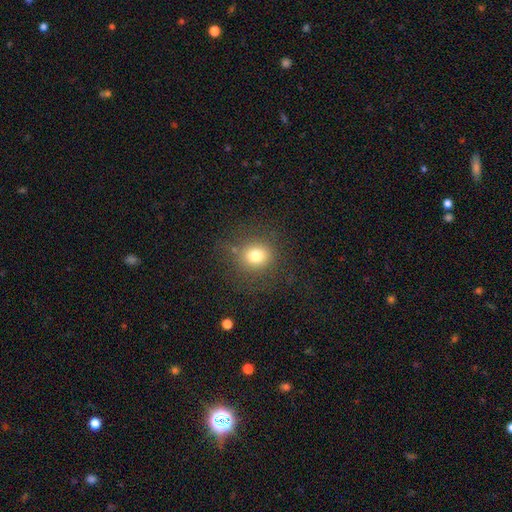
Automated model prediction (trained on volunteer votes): smooth-or-featured: smooth: 77% | star or artifact: 15% | featured or disk: 9%
  how-rounded: round: 84% | in between: 15% | cigar-shaped: 1%
  merging: none: 81% | minor disturbance: 11% | major disturbance: 6% | merger: 2%